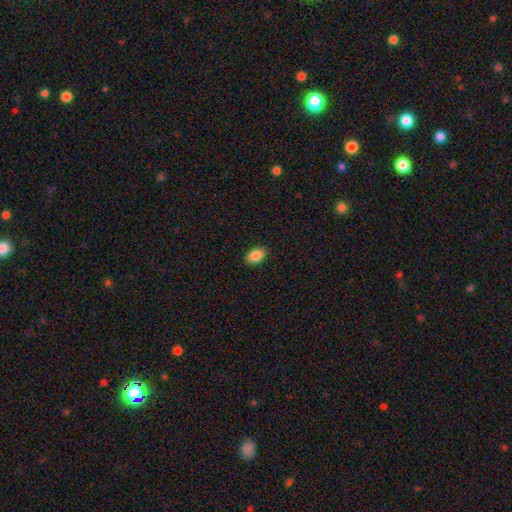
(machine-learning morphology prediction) The model was most divided on "smooth or featured": smooth: 87%, star or artifact: 8%, featured or disk: 5%. More confident: how rounded — in between (89%); merging — none (89%).